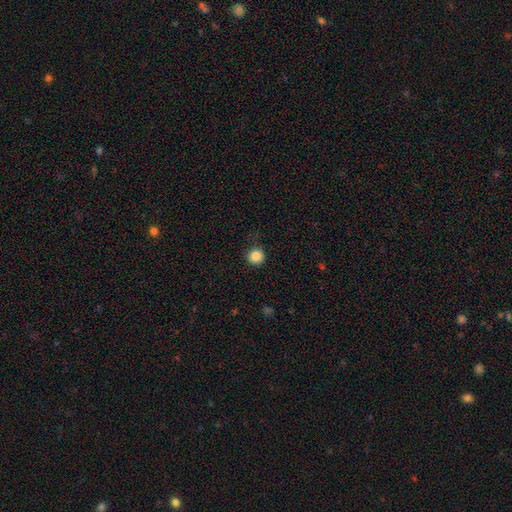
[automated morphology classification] This appears to be a smooth galaxy with no disk features (86%) that is round (95%). Merging: none (87%).